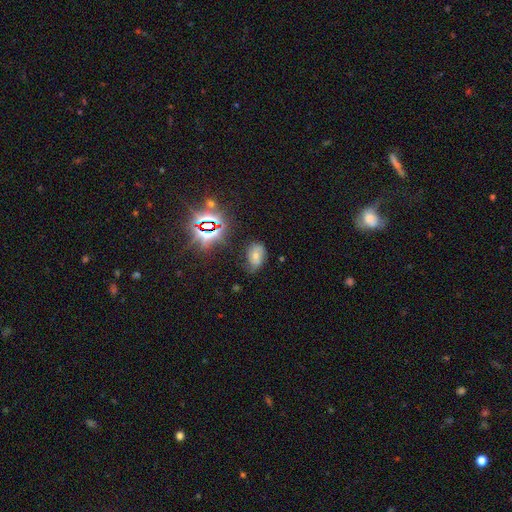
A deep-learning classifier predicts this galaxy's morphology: Smooth or featured? Predicted: smooth (p=0.45). Merging? Predicted: none (p=0.58).